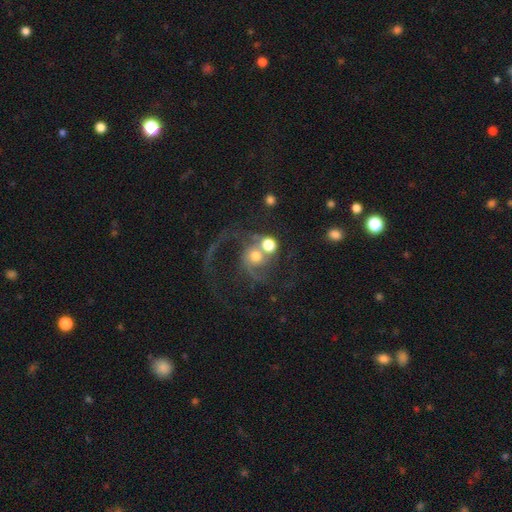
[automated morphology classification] Smooth or featured: featured or disk — 56% (smooth — 31%)
Edge-on disk: no — 97% (yes — 3%)
Bar: no — 74% (weak — 20%)
Spiral arms: yes — 82% (no — 18%)
Bulge size: moderate — 51% (small — 19%)
Merging: merger — 43% (none — 27%)